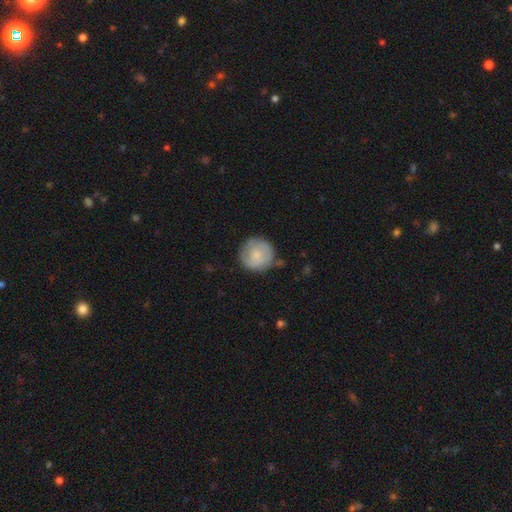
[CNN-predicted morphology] The model was most divided on "smooth or featured": smooth: 64%, featured or disk: 29%, star or artifact: 6%. More confident: how rounded — round (93%); merging — none (75%).